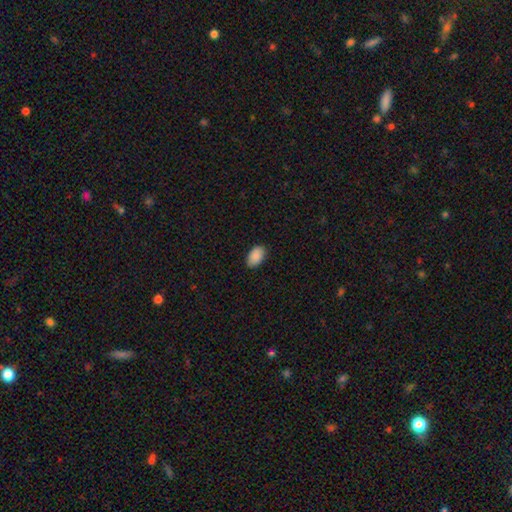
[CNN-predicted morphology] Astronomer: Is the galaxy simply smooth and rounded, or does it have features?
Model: smooth — 90%.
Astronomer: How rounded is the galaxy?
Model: in between — 94%.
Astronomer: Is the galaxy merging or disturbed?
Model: none — 87%.